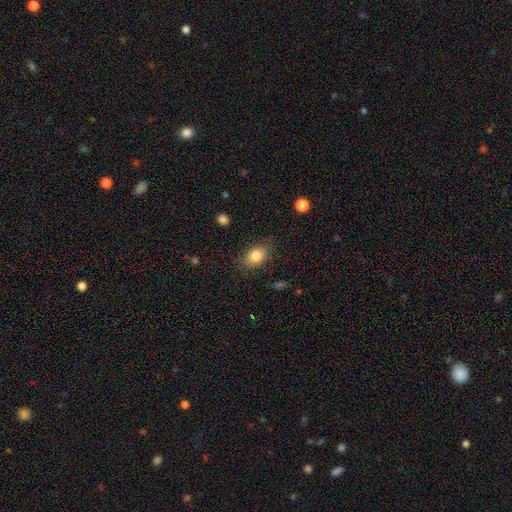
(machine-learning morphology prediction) The model was most divided on "how rounded": in between: 79%, round: 20%, cigar-shaped: 2%. More confident: smooth or featured — smooth (83%); merging — none (80%).